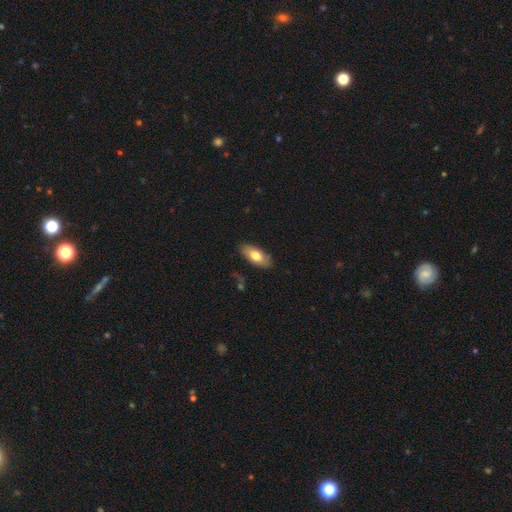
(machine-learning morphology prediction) Smooth or featured? smooth (70%)
How rounded? in between (88%)
Merging? none (83%)